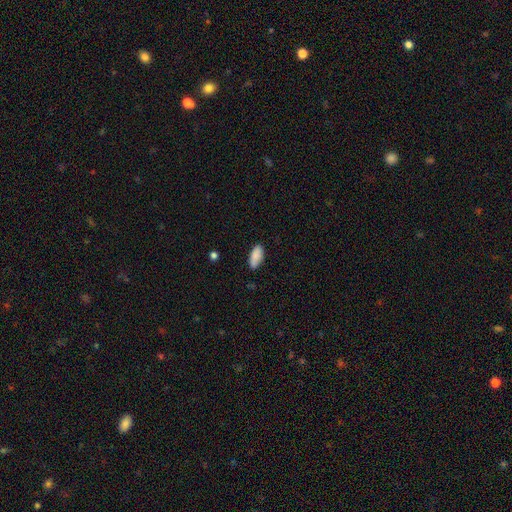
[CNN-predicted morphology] Smooth or featured? smooth (88%)
How rounded? in between (87%)
Merging? none (81%)